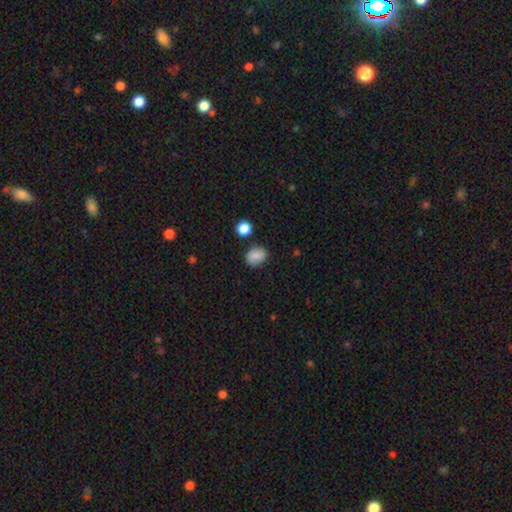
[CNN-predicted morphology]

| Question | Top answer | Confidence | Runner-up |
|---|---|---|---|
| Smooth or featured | smooth | 79% | featured or disk (11%) |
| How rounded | round | 56% | in between (43%) |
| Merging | none | 79% | minor disturbance (15%) |